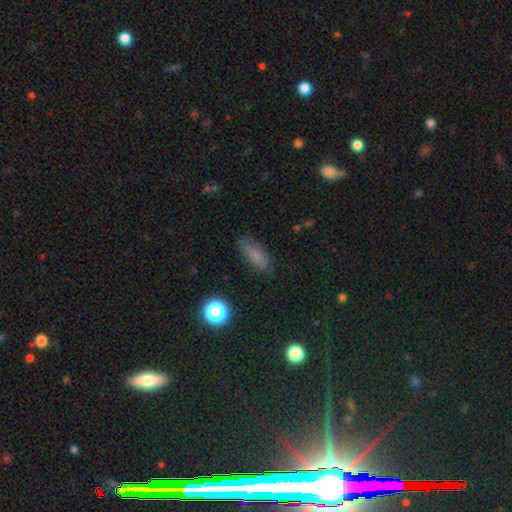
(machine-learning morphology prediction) smooth-or-featured: smooth: 74% | featured or disk: 13% | star or artifact: 13%
  how-rounded: in between: 78% | cigar-shaped: 17% | round: 5%
  merging: none: 77% | minor disturbance: 17% | major disturbance: 5% | merger: 2%